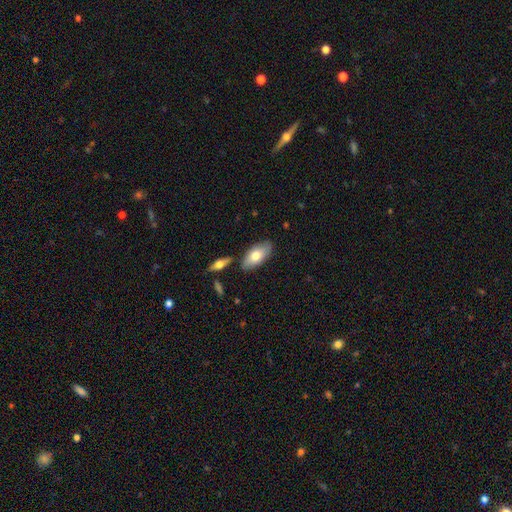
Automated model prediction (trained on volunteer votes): Morphology: type=smooth (73%); roundness=in between (91%); merging=none (79%).